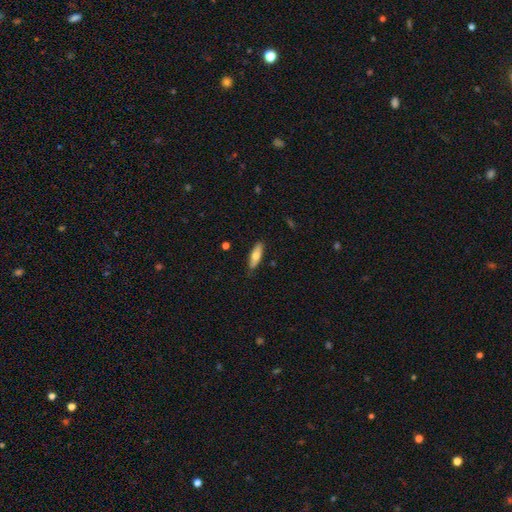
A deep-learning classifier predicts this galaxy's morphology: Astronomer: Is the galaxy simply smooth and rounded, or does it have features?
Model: smooth — 67%.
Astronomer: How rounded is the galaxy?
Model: in between — 50% (runner-up: cigar-shaped, 48%).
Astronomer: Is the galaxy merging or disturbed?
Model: none — 84%.